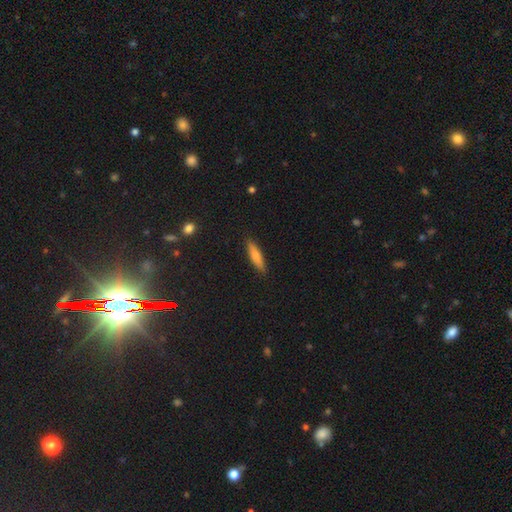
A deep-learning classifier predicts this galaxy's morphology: Smooth or featured? Predicted: smooth (p=0.75). How rounded? Predicted: cigar-shaped (p=0.78). Merging? Predicted: none (p=0.89).